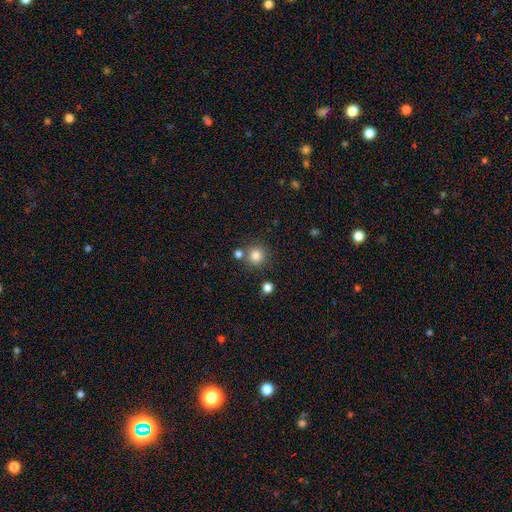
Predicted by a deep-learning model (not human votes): Smooth or featured? Predicted: smooth (p=0.82). How rounded? Predicted: round (p=0.94). Merging? Predicted: none (p=0.78).